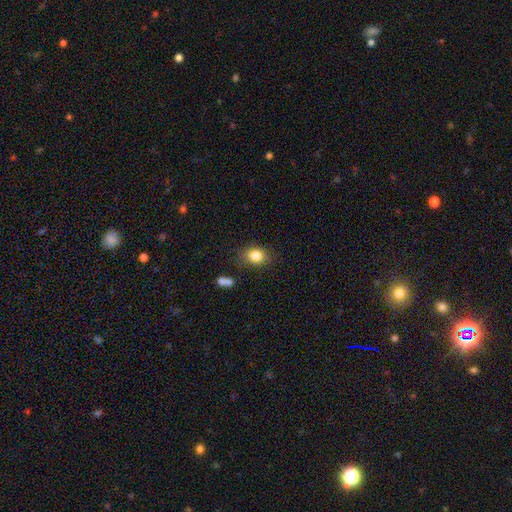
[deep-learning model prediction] This appears to be a smooth galaxy with no disk features (83%) that is round (50%). Merging: none (77%).